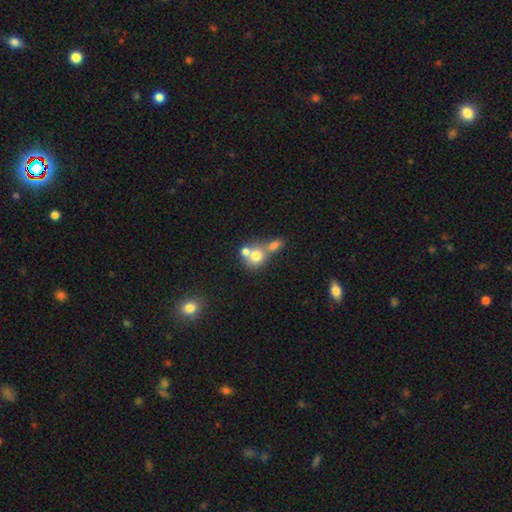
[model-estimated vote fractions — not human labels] A smooth galaxy with no disk features (69%) that is round (76%).

Vote fractions:
- Smooth or featured? smooth: 69% / featured or disk: 20% / star or artifact: 12%
- How rounded? round: 76% / in between: 23% / cigar-shaped: 1%
- Merging? merger: 61% / none: 28% / minor disturbance: 7% / major disturbance: 5%